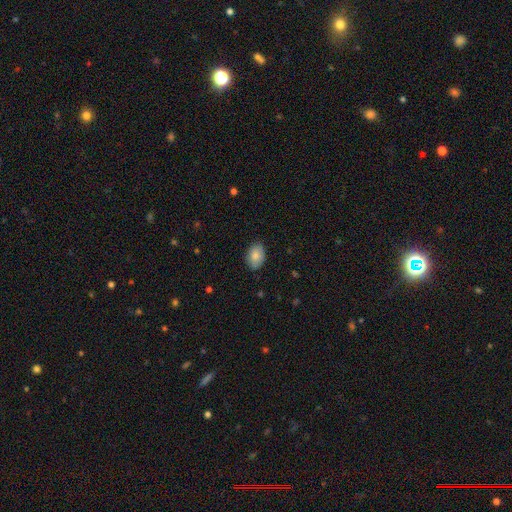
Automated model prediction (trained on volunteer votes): Morphology: type=smooth (83%); roundness=in between (85%); merging=none (84%).